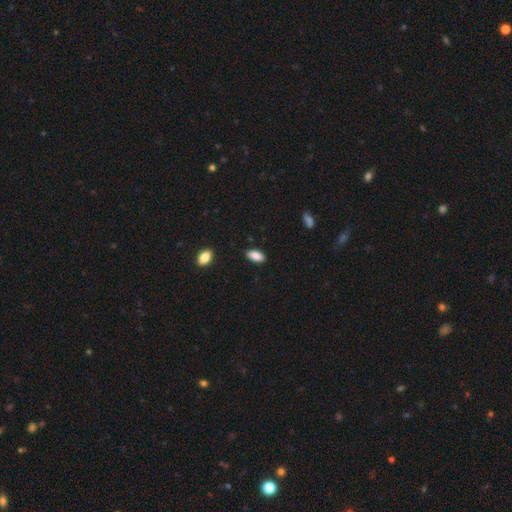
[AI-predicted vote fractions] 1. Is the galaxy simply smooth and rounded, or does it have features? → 84% smooth, 9% featured or disk, 7% star or artifact.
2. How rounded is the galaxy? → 88% in between, 9% cigar-shaped, 2% round.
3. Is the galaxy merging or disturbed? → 88% none, 9% minor disturbance, 2% major disturbance, 1% merger.